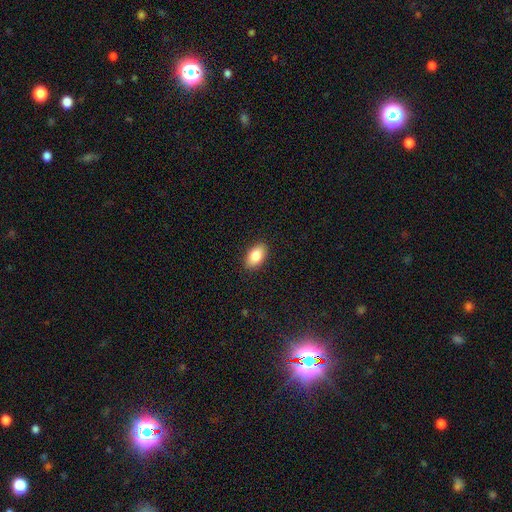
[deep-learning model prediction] The model was most divided on "smooth or featured": smooth: 85%, featured or disk: 8%, star or artifact: 7%. More confident: how rounded — in between (92%); merging — none (89%).